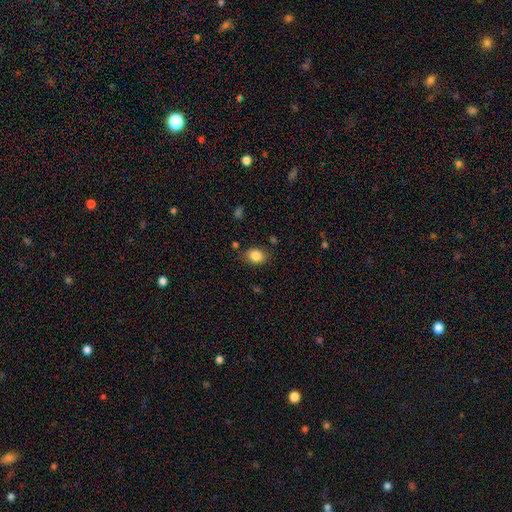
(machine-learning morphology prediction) smooth_or_featured: smooth (p=0.85) [alt: star or artifact p=0.09]
how_rounded: in between (p=0.63) [alt: round p=0.36]
merging: none (p=0.81) [alt: minor disturbance p=0.13]